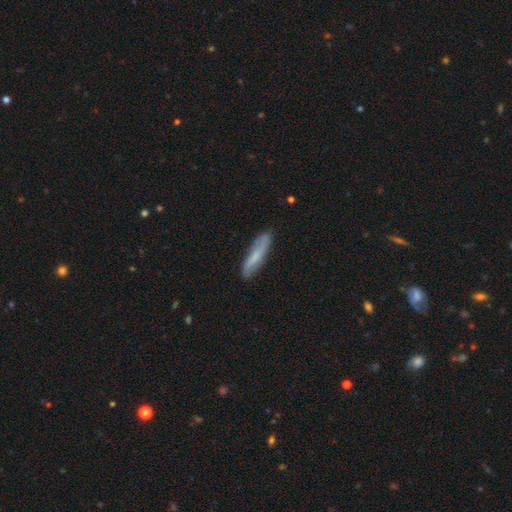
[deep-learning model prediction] A smooth galaxy with no disk features (52%) that is cigar-shaped (82%). Merging: none (81%).